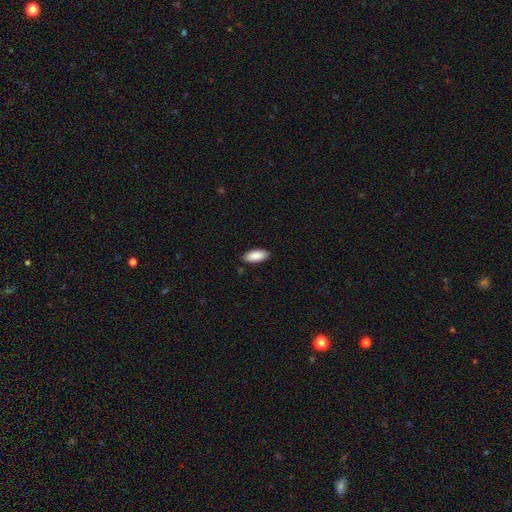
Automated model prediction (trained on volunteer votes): Smooth or featured?
  - smooth: 90% *
  - star or artifact: 6%
  - featured or disk: 5%
How rounded?
  - in between: 87% *
  - cigar-shaped: 11%
  - round: 2%
Merging?
  - none: 87% *
  - minor disturbance: 10%
  - major disturbance: 2%
  - merger: 1%